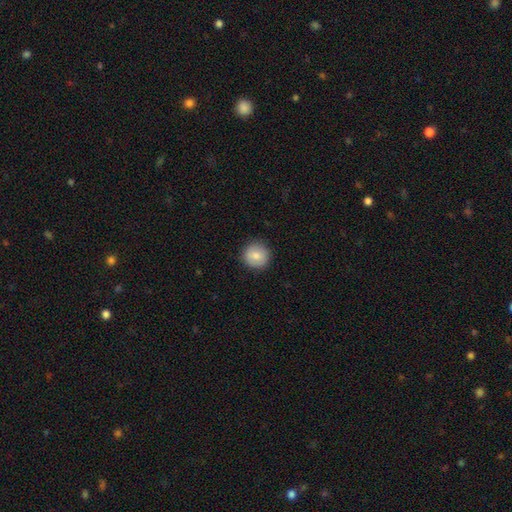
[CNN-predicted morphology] Q: Smooth or featured?
A: smooth (80%); runner-up: featured or disk (13%)
Q: How rounded?
A: round (94%); runner-up: in between (5%)
Q: Merging?
A: none (89%); runner-up: minor disturbance (8%)